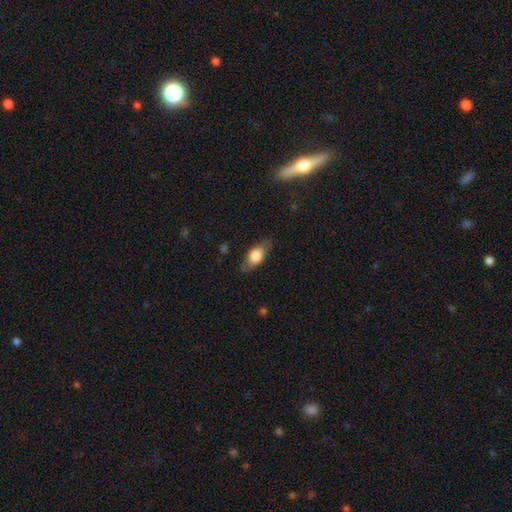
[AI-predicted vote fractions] Smooth or featured? smooth (68%)
How rounded? in between (80%)
Merging? none (79%)